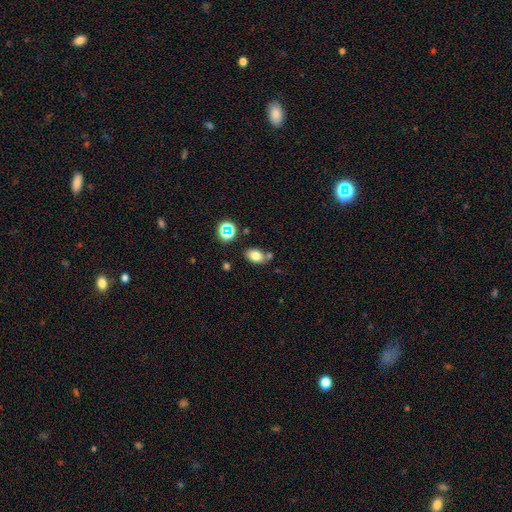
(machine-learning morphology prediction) A smooth galaxy with no disk features (76%) that is in between round and cigar-shaped (82%). Merging: none (67%).